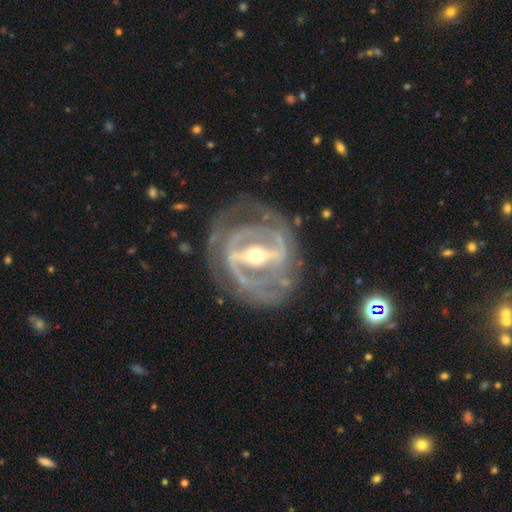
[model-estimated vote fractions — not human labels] smooth_or_featured: featured or disk (p=0.90) [alt: smooth p=0.06]
disk_edge_on: no (p=0.94) [alt: yes p=0.06]
bar: strong (p=0.79) [alt: weak p=0.15]
has_spiral_arms: yes (p=0.82) [alt: no p=0.18]
spiral_winding: tight (p=0.57) [alt: medium p=0.33]
spiral_arm_count: 2 (p=0.54) [alt: can't tell p=0.21]
bulge_size: moderate (p=0.51) [alt: small p=0.44]
merging: none (p=0.68) [alt: minor disturbance p=0.17]